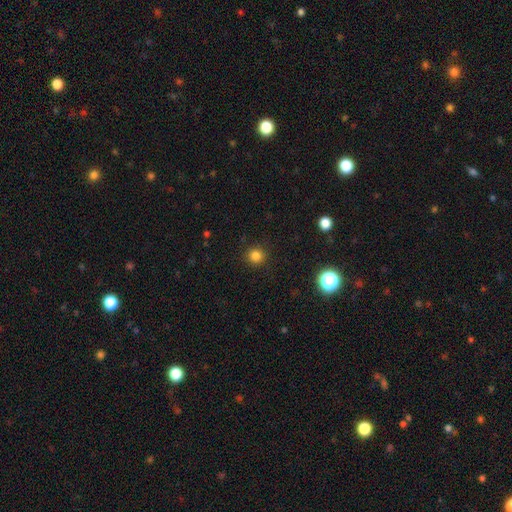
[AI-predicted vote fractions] This is clearly a smooth galaxy (82%). How rounded: clearly round (93%). Merging: clearly none (91%).